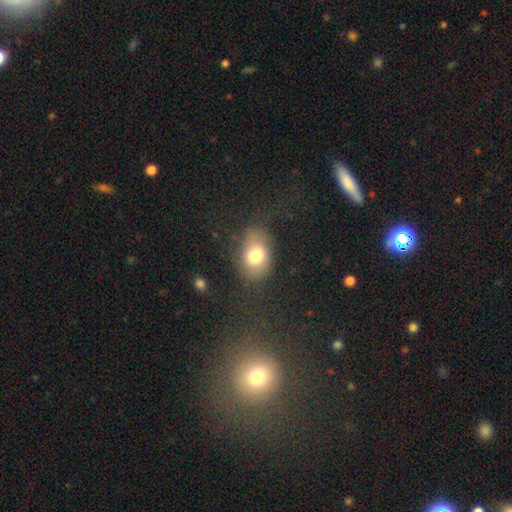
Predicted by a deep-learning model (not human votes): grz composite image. It shows a smooth galaxy with no disk features (75%) that is in between round and cigar-shaped (72%). Merging: none (67%).